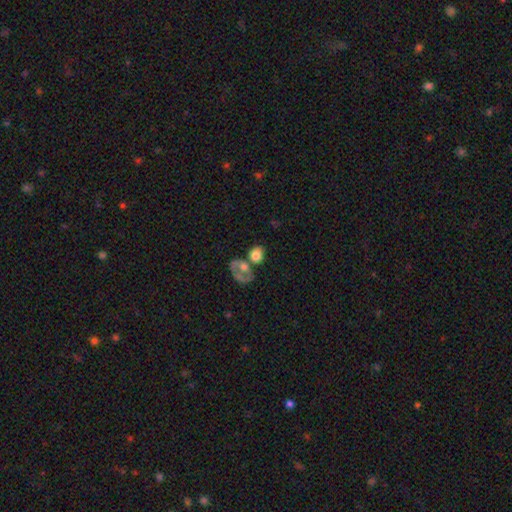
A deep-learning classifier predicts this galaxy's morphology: Smooth or featured? smooth (71%)
How rounded? round (50%)
Merging? merger (41%)